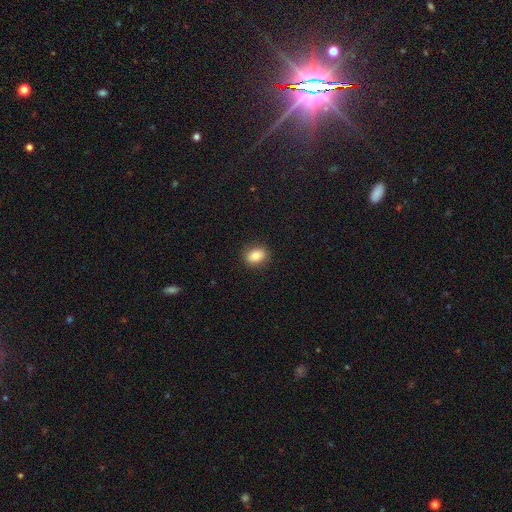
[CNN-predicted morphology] smooth-or-featured: smooth: 83% | star or artifact: 9% | featured or disk: 8%
  how-rounded: in between: 66% | round: 32% | cigar-shaped: 1%
  merging: none: 88% | minor disturbance: 9% | major disturbance: 2% | merger: 1%